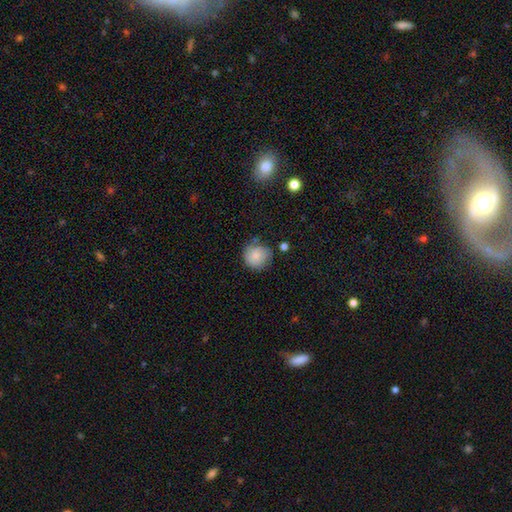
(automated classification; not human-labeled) smooth-or-featured: smooth: 76% | featured or disk: 15% | star or artifact: 9%
  how-rounded: round: 88% | in between: 11% | cigar-shaped: 1%
  merging: none: 67% | minor disturbance: 23% | major disturbance: 6% | merger: 4%